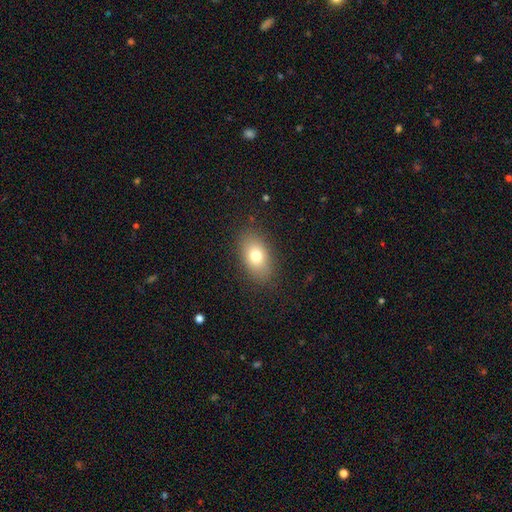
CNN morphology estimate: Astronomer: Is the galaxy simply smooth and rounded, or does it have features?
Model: smooth — 76%.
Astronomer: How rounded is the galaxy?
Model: in between — 85%.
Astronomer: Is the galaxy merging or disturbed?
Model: none — 85%.